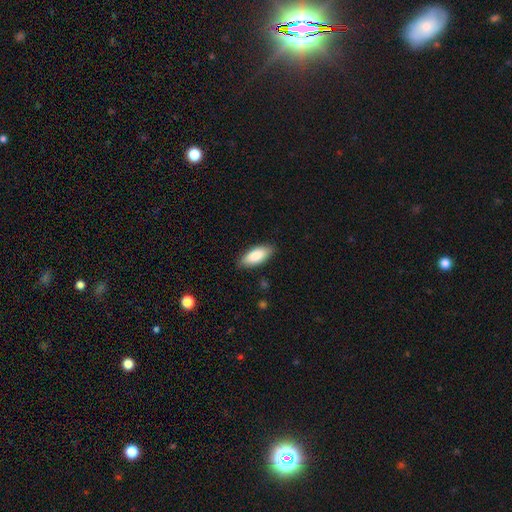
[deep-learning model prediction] smooth-or-featured: smooth: 84% | featured or disk: 10% | star or artifact: 6%
  how-rounded: in between: 83% | cigar-shaped: 15% | round: 2%
  merging: none: 86% | minor disturbance: 11% | major disturbance: 2% | merger: 1%